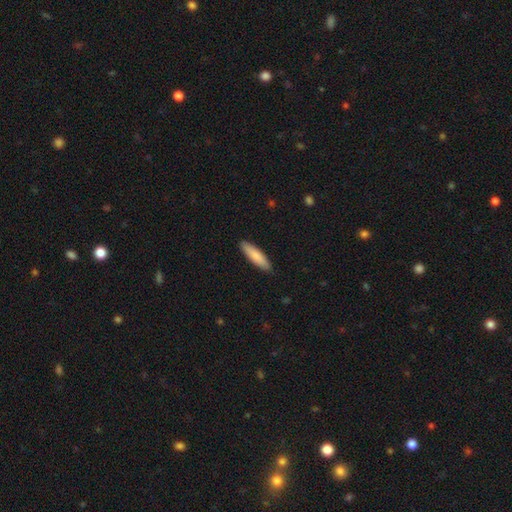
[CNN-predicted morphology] A smooth galaxy with no disk features (84%) that is cigar-shaped (67%). Merging: none (90%).